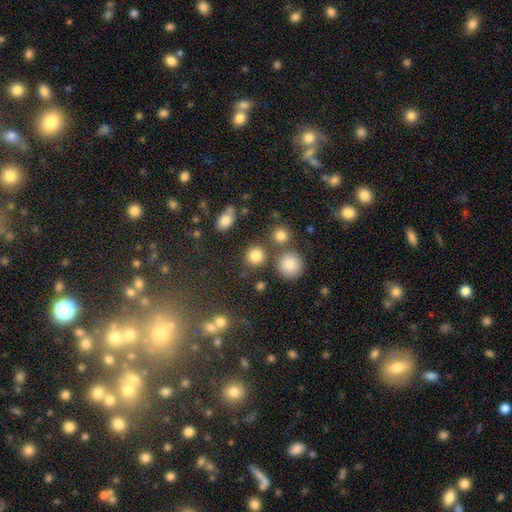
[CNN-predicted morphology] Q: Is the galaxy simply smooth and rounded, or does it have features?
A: smooth — 83%.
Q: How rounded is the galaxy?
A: round — 89%.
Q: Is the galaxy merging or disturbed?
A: none — 79%.